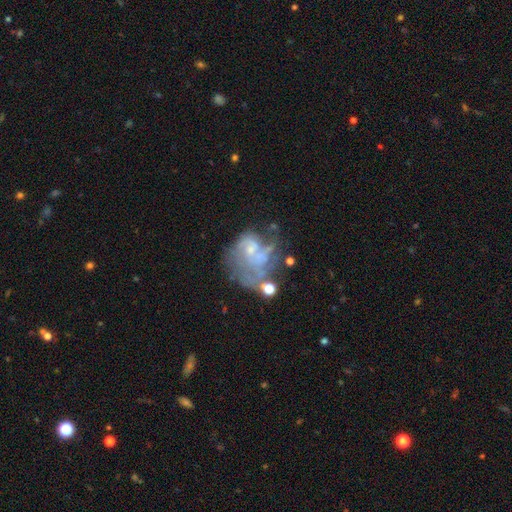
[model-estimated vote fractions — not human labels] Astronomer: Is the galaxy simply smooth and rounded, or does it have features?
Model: featured or disk — 64%.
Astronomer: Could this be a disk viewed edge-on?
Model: no — 98%.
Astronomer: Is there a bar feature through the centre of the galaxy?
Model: no — 73%.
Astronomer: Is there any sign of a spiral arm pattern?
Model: yes — 52% (runner-up: no, 48%).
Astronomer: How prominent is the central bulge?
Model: small — 45% (runner-up: none, 33%).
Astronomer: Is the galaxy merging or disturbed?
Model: none — 35% (runner-up: major disturbance, 33%).